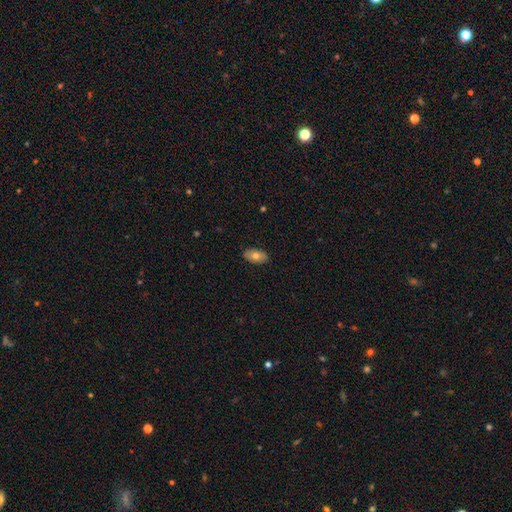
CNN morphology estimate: This appears to be a smooth galaxy with no disk features (71%) that is in between round and cigar-shaped (92%). Merging: none (88%).